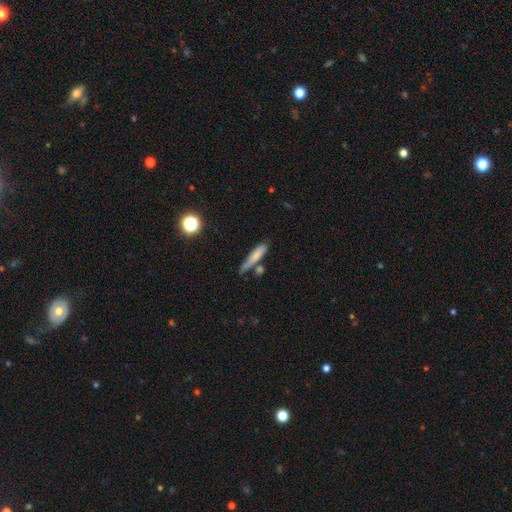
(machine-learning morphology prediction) Smooth or featured: smooth — 72% (featured or disk — 20%)
How rounded: cigar-shaped — 77% (in between — 20%)
Merging: none — 55% (minor disturbance — 23%)